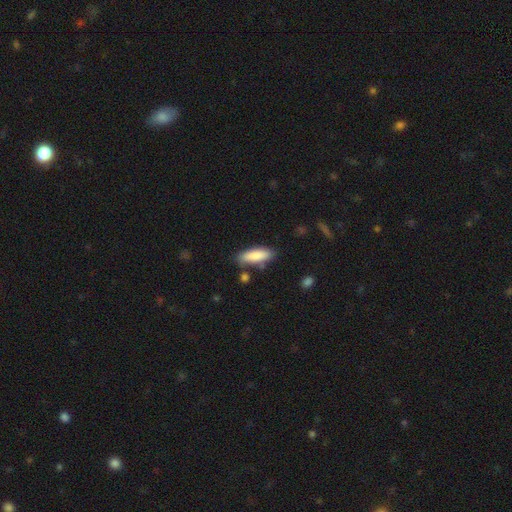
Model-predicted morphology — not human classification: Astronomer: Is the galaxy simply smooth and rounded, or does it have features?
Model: smooth — 85%.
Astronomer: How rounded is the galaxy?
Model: in between — 55% (runner-up: cigar-shaped, 43%).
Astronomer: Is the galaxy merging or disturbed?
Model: none — 78%.